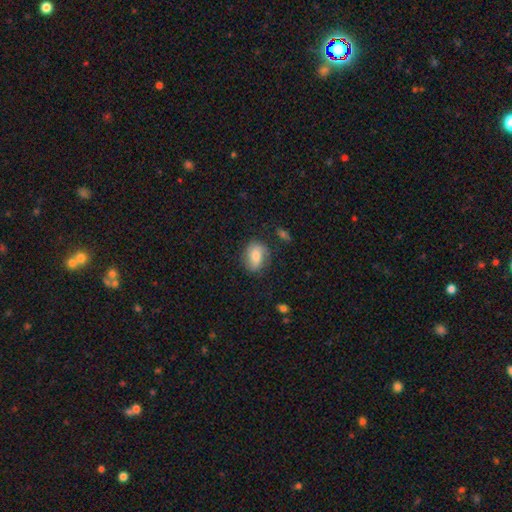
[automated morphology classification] The model was most divided on "smooth or featured": smooth: 63%, featured or disk: 29%, star or artifact: 8%. More confident: merging — none (72%); how rounded — in between (67%).